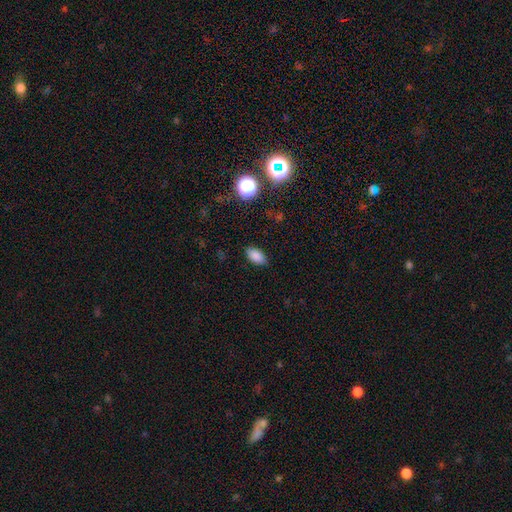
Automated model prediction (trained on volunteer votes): smooth-or-featured: smooth: 84% | star or artifact: 11% | featured or disk: 5%
  how-rounded: in between: 91% | round: 6% | cigar-shaped: 3%
  merging: none: 84% | minor disturbance: 12% | major disturbance: 3% | merger: 1%